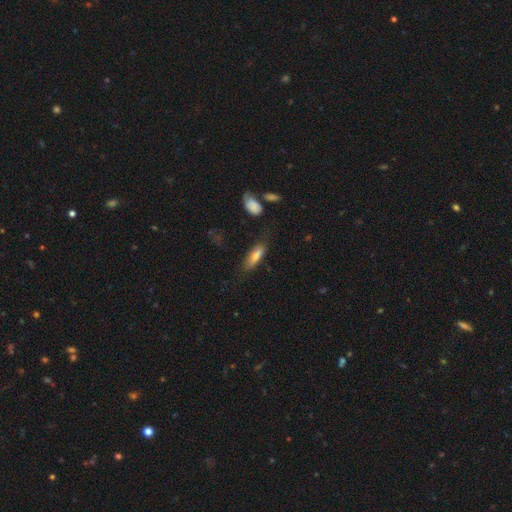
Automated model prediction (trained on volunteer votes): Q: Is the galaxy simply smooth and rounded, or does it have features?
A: smooth — 69%.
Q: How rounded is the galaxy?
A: cigar-shaped — 55%.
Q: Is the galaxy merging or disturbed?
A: none — 70%.